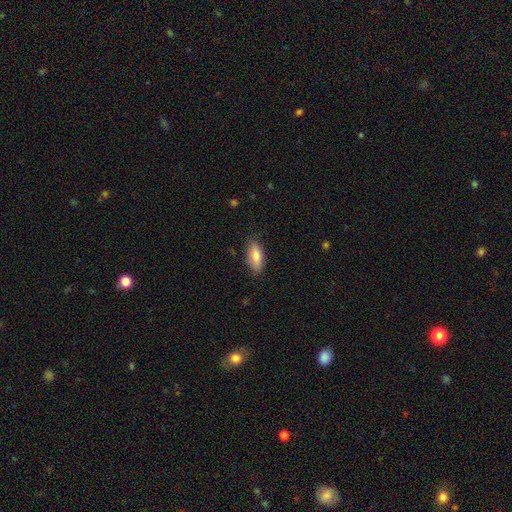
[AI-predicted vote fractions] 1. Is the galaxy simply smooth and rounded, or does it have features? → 82% smooth, 11% featured or disk, 6% star or artifact.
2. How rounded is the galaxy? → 83% in between, 15% cigar-shaped, 2% round.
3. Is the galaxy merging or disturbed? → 81% none, 15% minor disturbance, 3% major disturbance, 1% merger.